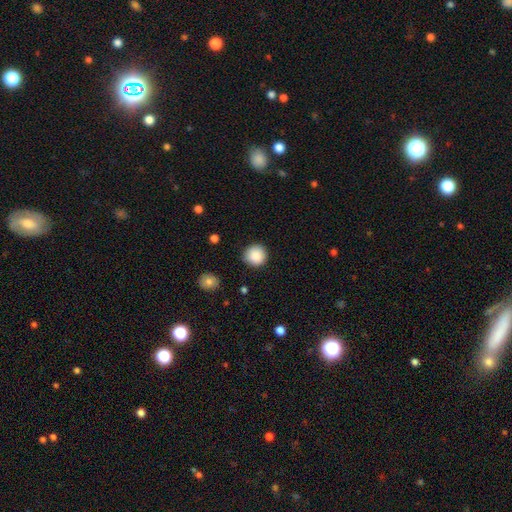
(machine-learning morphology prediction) Smooth or featured?
  - smooth: 87% *
  - star or artifact: 8%
  - featured or disk: 4%
How rounded?
  - round: 95% *
  - in between: 5%
  - cigar-shaped: 1%
Merging?
  - none: 88% *
  - minor disturbance: 9%
  - major disturbance: 2%
  - merger: 1%